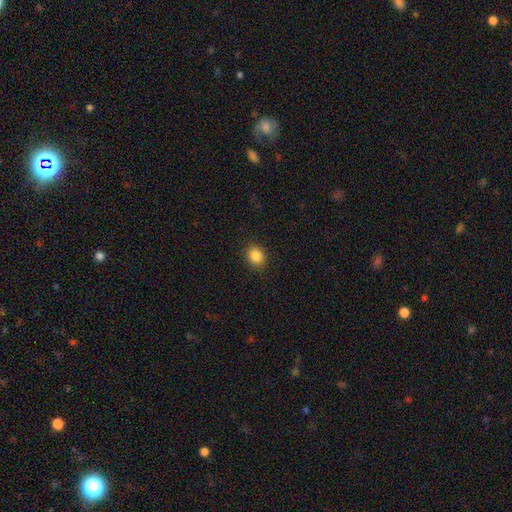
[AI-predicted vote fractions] smooth-or-featured: smooth: 86% | star or artifact: 10% | featured or disk: 4%
  how-rounded: round: 57% | in between: 42% | cigar-shaped: 1%
  merging: none: 90% | minor disturbance: 7% | major disturbance: 2% | merger: 1%